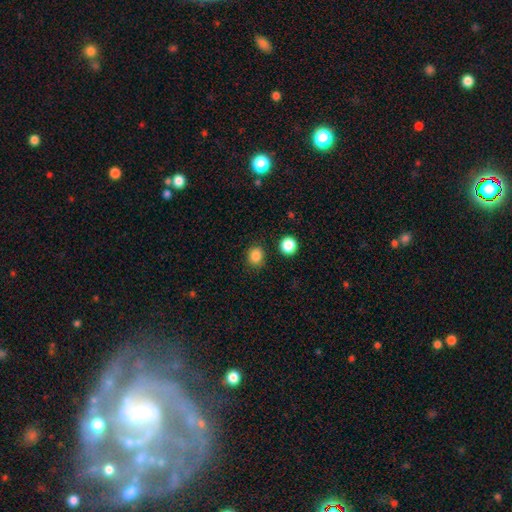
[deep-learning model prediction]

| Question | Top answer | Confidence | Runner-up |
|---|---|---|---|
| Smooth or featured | smooth | 85% | star or artifact (12%) |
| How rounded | round | 78% | in between (21%) |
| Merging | none | 86% | minor disturbance (9%) |